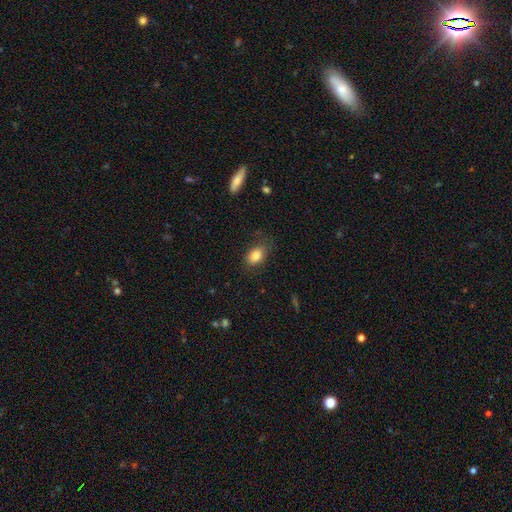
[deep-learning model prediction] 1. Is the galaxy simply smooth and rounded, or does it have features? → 84% smooth, 9% star or artifact, 7% featured or disk.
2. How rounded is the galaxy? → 81% in between, 17% round, 2% cigar-shaped.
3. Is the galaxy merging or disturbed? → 75% none, 18% minor disturbance, 6% major disturbance, 1% merger.